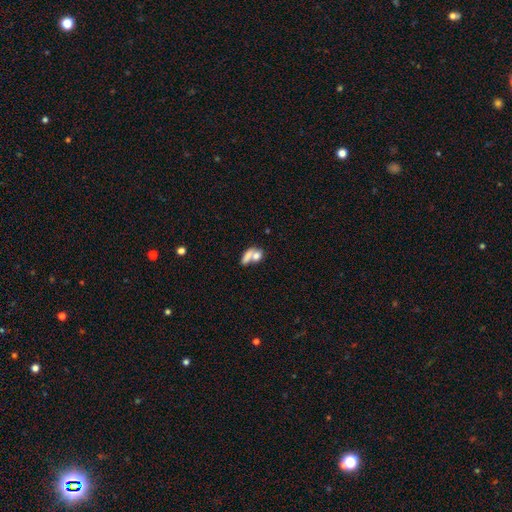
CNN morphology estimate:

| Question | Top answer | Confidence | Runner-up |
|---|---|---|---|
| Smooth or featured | smooth | 71% | featured or disk (20%) |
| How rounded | in between | 64% | round (25%) |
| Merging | merger | 59% | none (26%) |